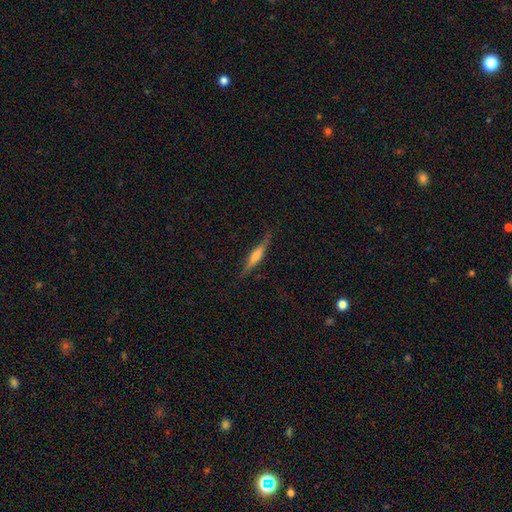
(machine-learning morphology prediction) Smooth or featured?
  - featured or disk: 54% *
  - smooth: 39%
  - star or artifact: 6%
Edge-on disk?
  - yes: 95% *
  - no: 5%
Edge-on bulge?
  - rounded: 62% *
  - boxy: 20%
  - none: 18%
Merging?
  - none: 83% *
  - minor disturbance: 13%
  - major disturbance: 3%
  - merger: 1%